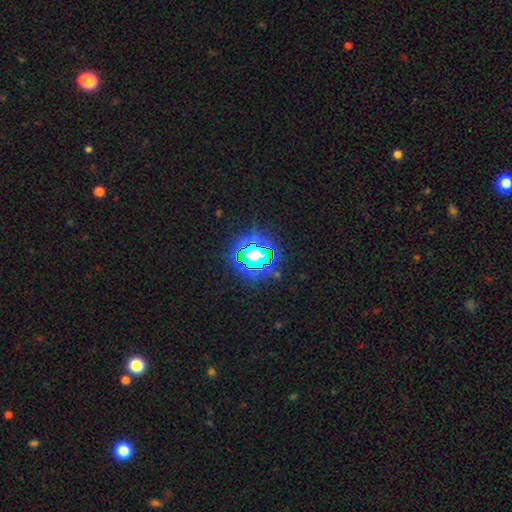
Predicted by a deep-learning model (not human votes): This appears to be a star or artifact, not a galaxy (65%).